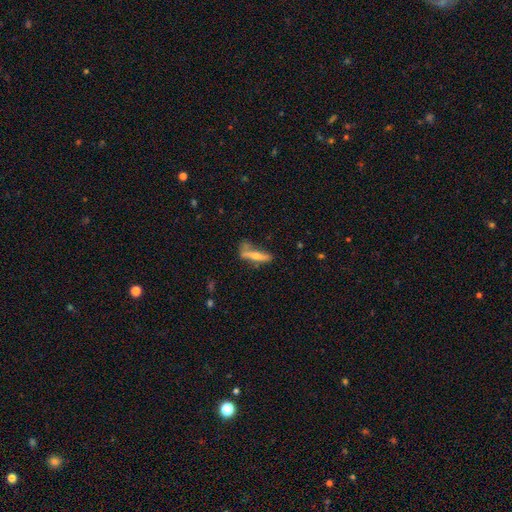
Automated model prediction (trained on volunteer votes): Overall: smooth (52%; featured or disk 41%). How rounded: cigar-shaped (80%). Merging: none (52%; minor disturbance 25%).